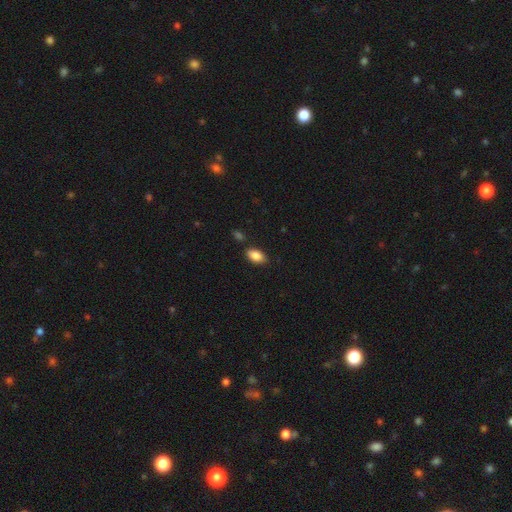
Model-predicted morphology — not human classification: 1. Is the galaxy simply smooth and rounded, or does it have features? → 86% smooth, 8% star or artifact, 6% featured or disk.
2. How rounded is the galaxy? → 92% in between, 6% round, 2% cigar-shaped.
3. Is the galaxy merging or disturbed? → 81% none, 13% minor disturbance, 4% merger, 3% major disturbance.